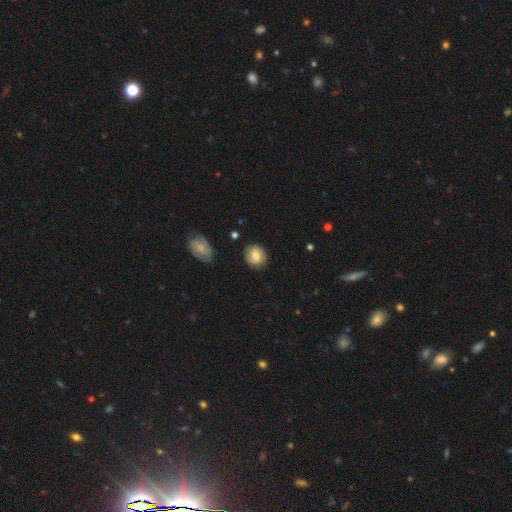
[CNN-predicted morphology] This appears to be a smooth galaxy with no disk features (72%) that is round (73%). Merging: none (83%).